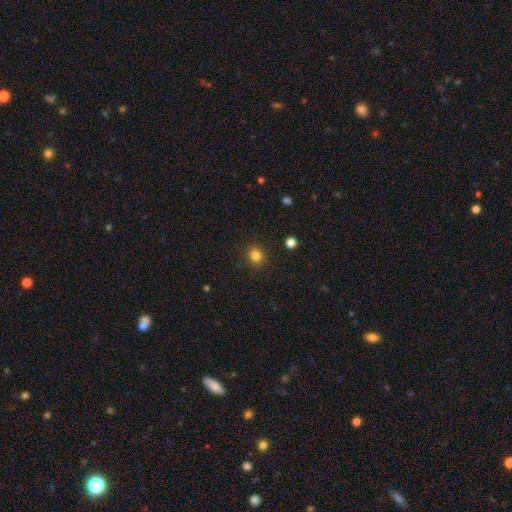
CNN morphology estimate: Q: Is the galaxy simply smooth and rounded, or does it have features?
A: smooth — 82%.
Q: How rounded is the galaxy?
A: round — 91%.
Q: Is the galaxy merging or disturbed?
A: none — 91%.